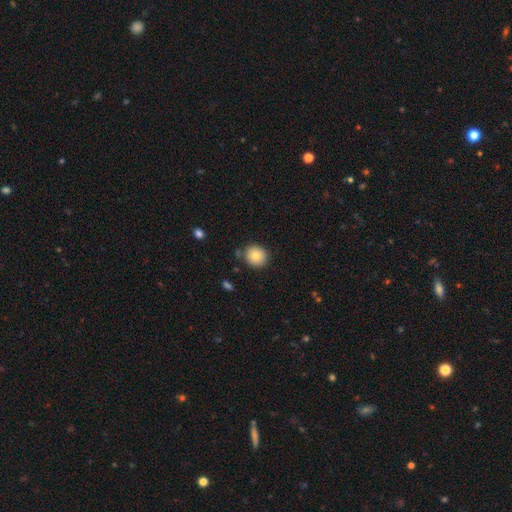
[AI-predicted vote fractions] The model was most divided on "smooth or featured": smooth: 81%, featured or disk: 10%, star or artifact: 9%. More confident: how rounded — round (88%); merging — none (83%).